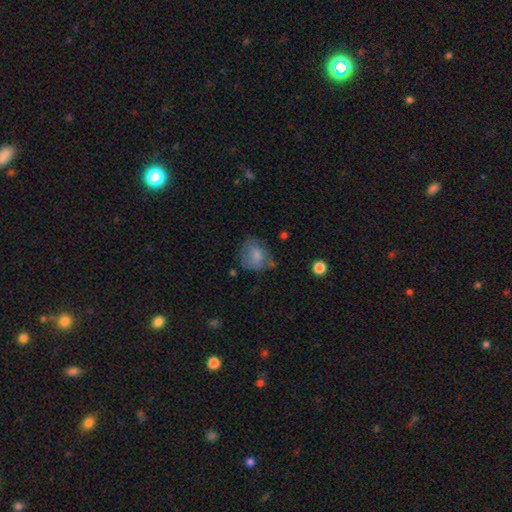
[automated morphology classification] Smooth or featured?
  - smooth: 72% *
  - featured or disk: 19%
  - star or artifact: 9%
How rounded?
  - round: 58% *
  - in between: 41%
  - cigar-shaped: 1%
Merging?
  - none: 49% *
  - minor disturbance: 30%
  - major disturbance: 17%
  - merger: 5%